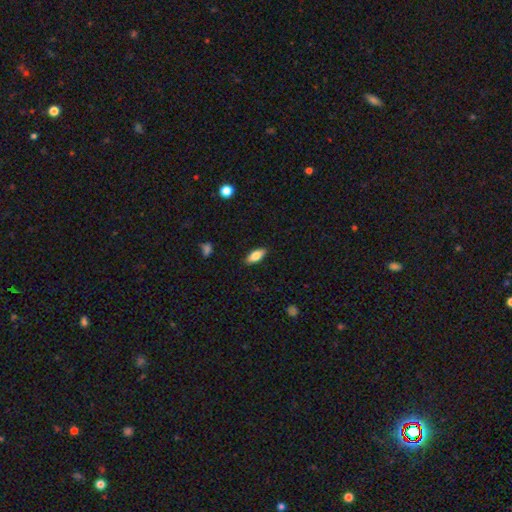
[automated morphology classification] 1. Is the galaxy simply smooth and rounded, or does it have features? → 79% smooth, 15% featured or disk, 7% star or artifact.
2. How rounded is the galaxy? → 80% in between, 17% cigar-shaped, 2% round.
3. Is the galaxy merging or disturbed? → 88% none, 9% minor disturbance, 2% major disturbance, 1% merger.